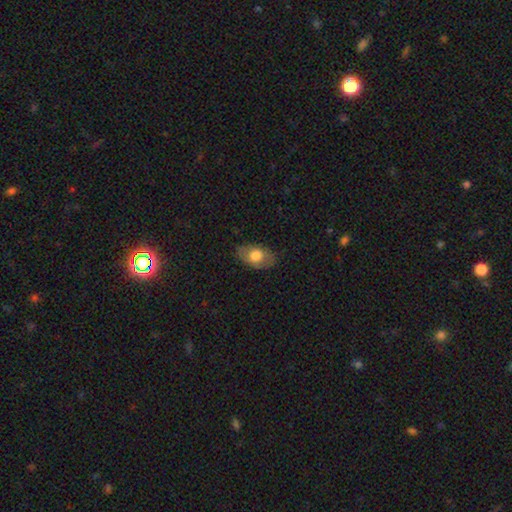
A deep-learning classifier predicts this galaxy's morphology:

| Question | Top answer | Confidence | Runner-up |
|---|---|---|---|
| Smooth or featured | smooth | 67% | featured or disk (27%) |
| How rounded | in between | 88% | round (10%) |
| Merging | none | 80% | minor disturbance (15%) |